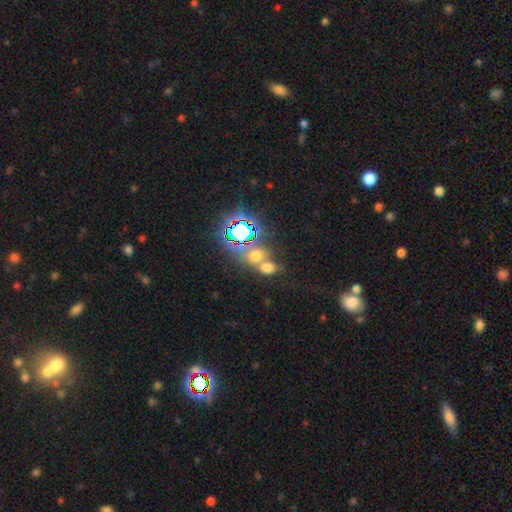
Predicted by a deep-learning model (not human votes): smooth_or_featured: smooth (p=0.53) [alt: star or artifact p=0.36]
how_rounded: in between (p=0.49) [tied with: round p=0.49]
merging: merger (p=0.47) [alt: none p=0.39]